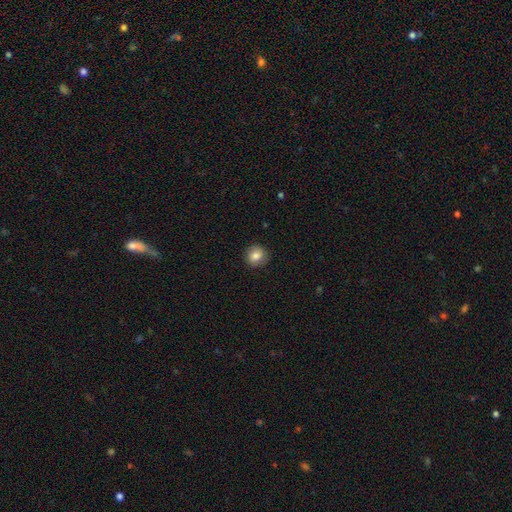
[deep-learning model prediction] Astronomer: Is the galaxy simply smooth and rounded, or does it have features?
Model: smooth — 82%.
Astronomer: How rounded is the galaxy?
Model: round — 86%.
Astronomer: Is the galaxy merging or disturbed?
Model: none — 88%.